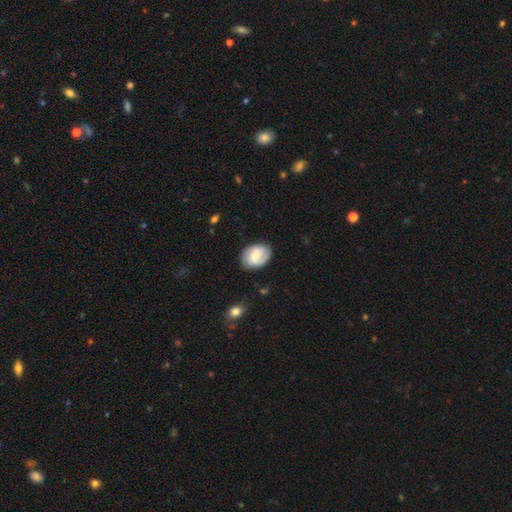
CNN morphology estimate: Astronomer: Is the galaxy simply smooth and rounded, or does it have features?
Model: featured or disk — 53% (runner-up: smooth, 41%).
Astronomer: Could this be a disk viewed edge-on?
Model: no — 97%.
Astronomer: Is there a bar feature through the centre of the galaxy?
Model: weak — 52% (runner-up: no, 33%).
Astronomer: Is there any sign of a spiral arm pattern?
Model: yes — 87%.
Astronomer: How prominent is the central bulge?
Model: small — 45% (runner-up: moderate, 41%).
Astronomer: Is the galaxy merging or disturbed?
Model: none — 79%.